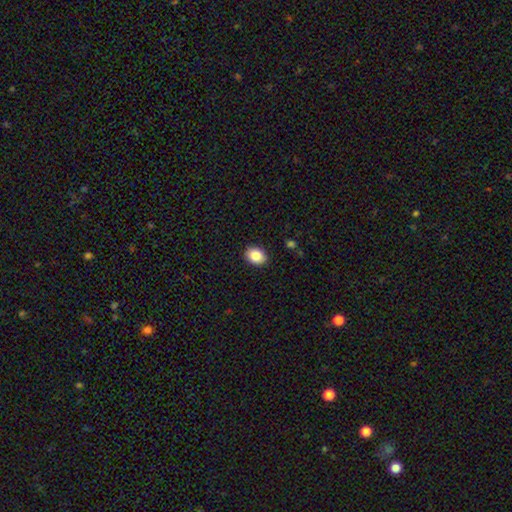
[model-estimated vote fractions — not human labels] This appears to be a smooth galaxy with no disk features (86%) that is in between round and cigar-shaped (62%). Merging: none (90%).